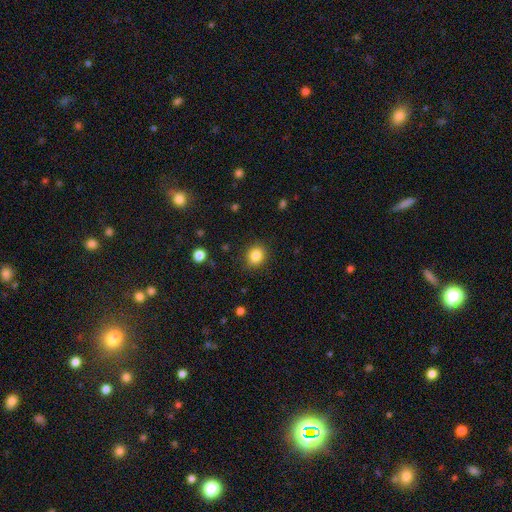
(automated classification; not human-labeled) smooth-or-featured: smooth: 84% | star or artifact: 11% | featured or disk: 5%
  how-rounded: round: 68% | in between: 32% | cigar-shaped: 1%
  merging: none: 88% | minor disturbance: 8% | major disturbance: 3% | merger: 1%